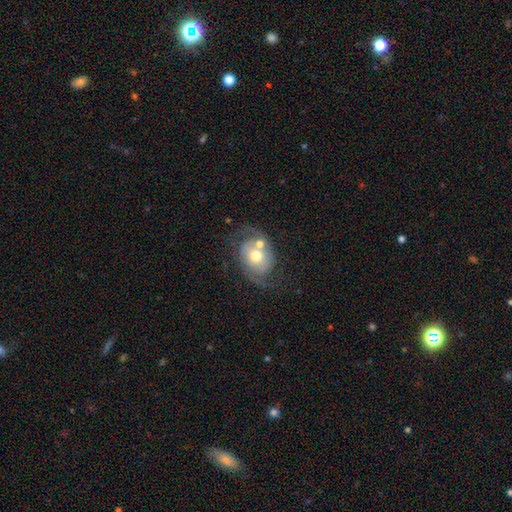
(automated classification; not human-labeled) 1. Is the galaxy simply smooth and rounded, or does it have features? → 78% featured or disk, 16% smooth, 7% star or artifact.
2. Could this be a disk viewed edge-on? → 97% no, 3% yes.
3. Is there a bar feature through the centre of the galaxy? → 72% no, 22% weak, 5% strong.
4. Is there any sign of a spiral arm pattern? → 91% yes, 9% no.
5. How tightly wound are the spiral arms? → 46% medium, 34% loose, 19% tight.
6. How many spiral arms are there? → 89% 2, 4% can't tell, 3% 1, 2% 3, 1% 4, 1% more than 4.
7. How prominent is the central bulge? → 72% moderate, 14% small, 11% large, 2% dominant, 1% none.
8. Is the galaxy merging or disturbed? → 53% none, 18% merger, 17% minor disturbance, 13% major disturbance.